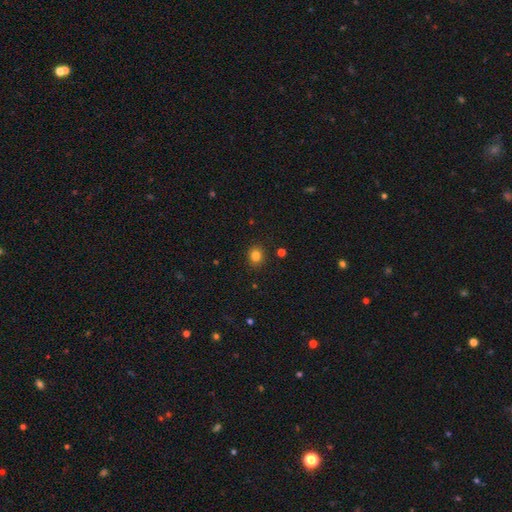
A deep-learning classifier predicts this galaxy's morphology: Smooth or featured?
  - smooth: 82% *
  - star or artifact: 12%
  - featured or disk: 5%
How rounded?
  - round: 72% *
  - in between: 27%
  - cigar-shaped: 1%
Merging?
  - none: 89% *
  - minor disturbance: 7%
  - major disturbance: 2%
  - merger: 2%